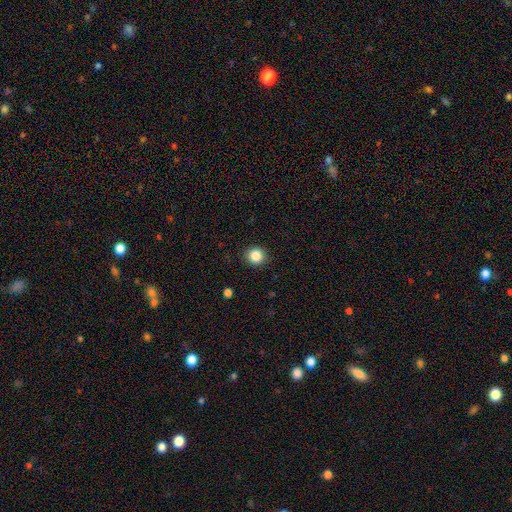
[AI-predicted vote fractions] The model was most divided on "smooth or featured": smooth: 85%, star or artifact: 10%, featured or disk: 4%. More confident: how rounded — round (91%); merging — none (91%).